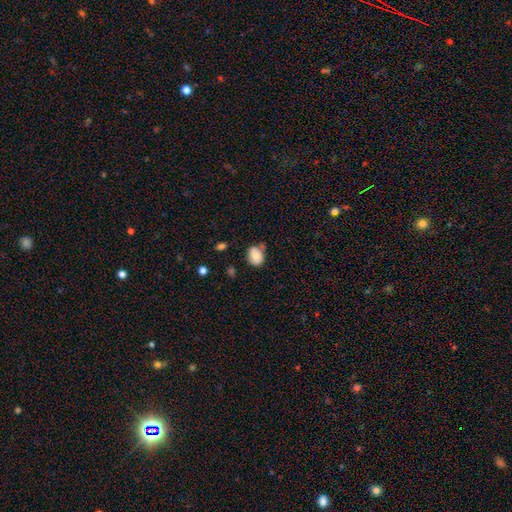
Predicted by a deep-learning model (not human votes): smooth_or_featured: smooth (p=0.75) [alt: featured or disk p=0.16]
how_rounded: in between (p=0.50) [alt: round p=0.49]
merging: none (p=0.62) [alt: minor disturbance p=0.24]